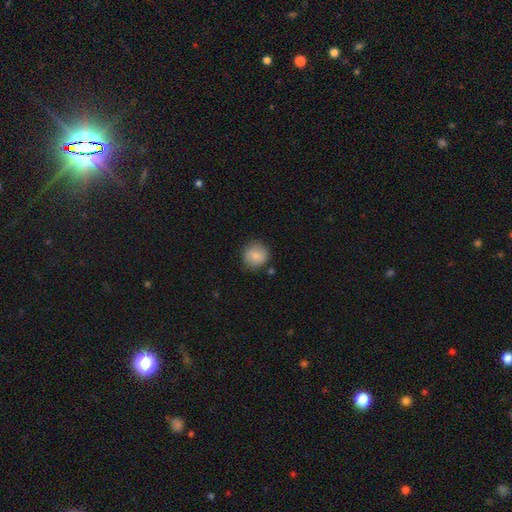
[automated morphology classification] smooth_or_featured: smooth (p=0.82) [alt: featured or disk p=0.11]
how_rounded: round (p=0.89) [alt: in between p=0.10]
merging: none (p=0.82) [alt: minor disturbance p=0.13]